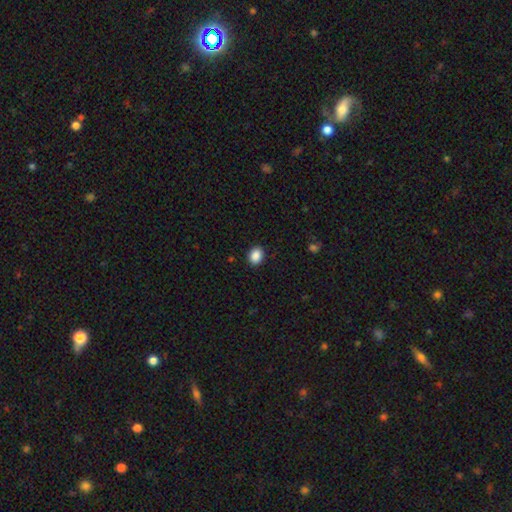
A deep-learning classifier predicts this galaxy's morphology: This appears to be a smooth galaxy with no disk features (89%) that is in between round and cigar-shaped (58%). Merging: none (90%).